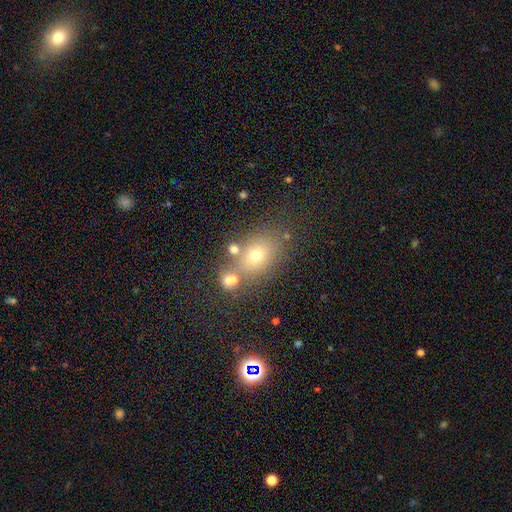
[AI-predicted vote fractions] Smooth or featured? smooth (66%)
How rounded? in between (66%)
Merging? none (62%)